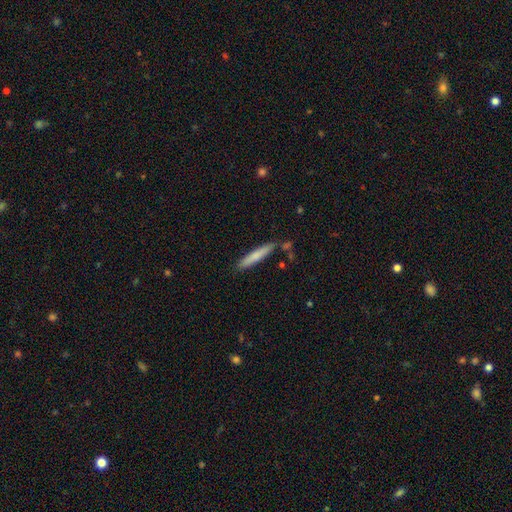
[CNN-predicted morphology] smooth 73%, featured or disk 21%, star or artifact 6%. Down the decision tree: how rounded — cigar-shaped (93%); merging — none (84%).